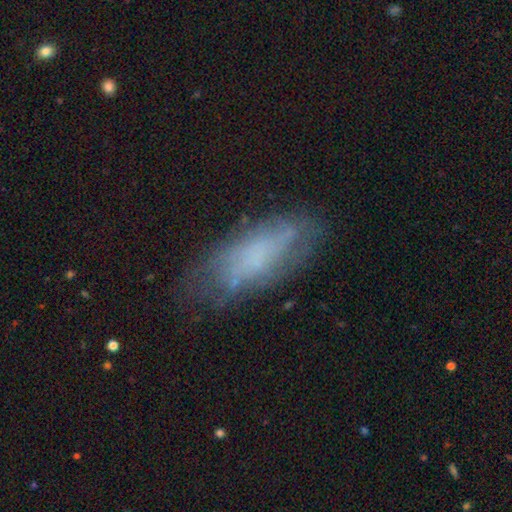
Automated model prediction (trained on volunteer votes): This is possibly a smooth galaxy (48%). Merging: likely none (66%).